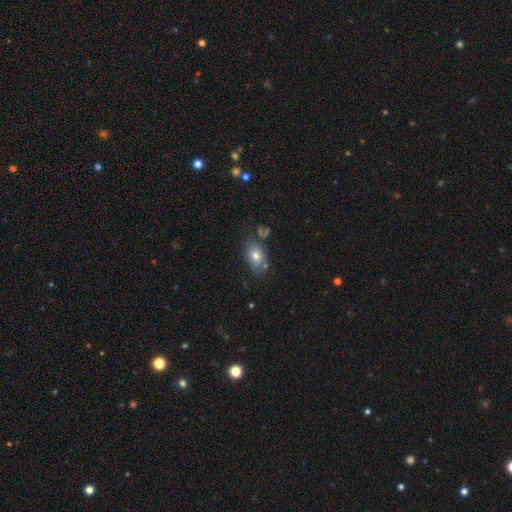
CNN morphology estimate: smooth_or_featured: smooth (p=0.73) [alt: featured or disk p=0.15]
how_rounded: in between (p=0.78) [alt: round p=0.20]
merging: none (p=0.68) [alt: minor disturbance p=0.19]